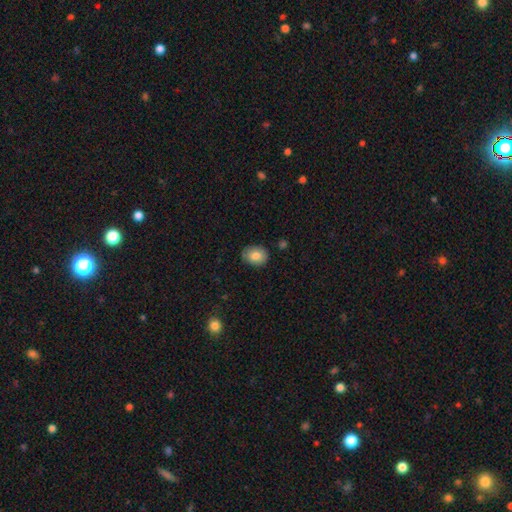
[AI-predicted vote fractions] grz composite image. It shows a smooth galaxy with no disk features (83%) that is in between round and cigar-shaped (61%). Merging: none (84%).